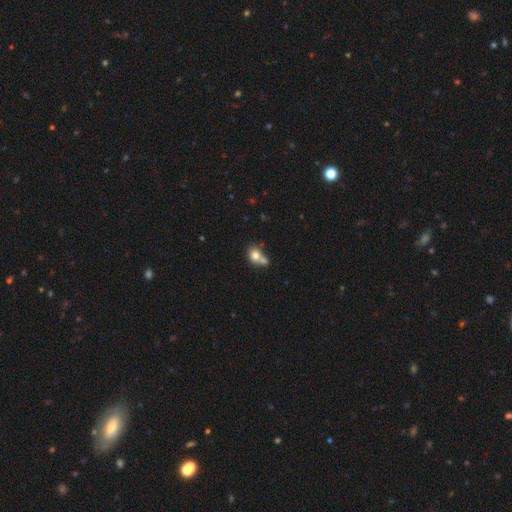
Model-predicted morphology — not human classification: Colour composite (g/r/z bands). It shows a smooth galaxy with no disk features (76%) that is round (61%). Merging: merger (52%).